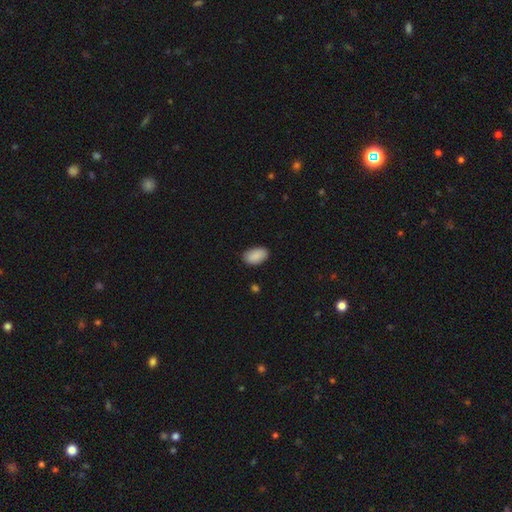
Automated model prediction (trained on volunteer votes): Smooth or featured? smooth (89%)
How rounded? in between (93%)
Merging? none (85%)